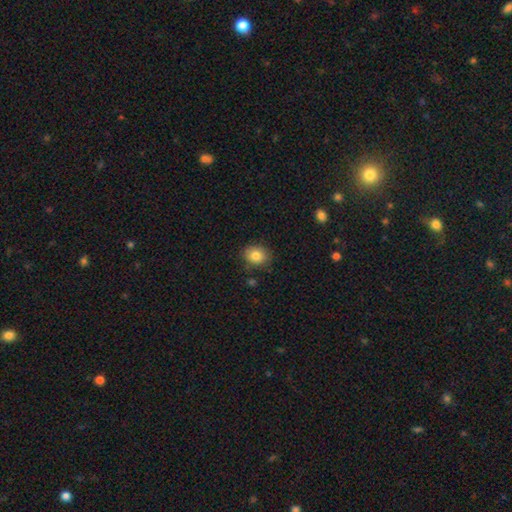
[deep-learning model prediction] This appears to be a smooth galaxy with no disk features (82%) that is round (57%). Merging: none (83%).